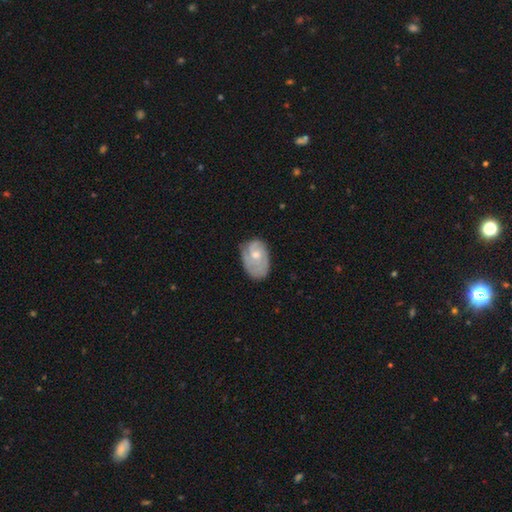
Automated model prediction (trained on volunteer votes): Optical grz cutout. It shows a featured or disk galaxy (56%) with no bar (77%), spiral arms (76%) and a moderate central bulge (55%). Merging: none (58%).